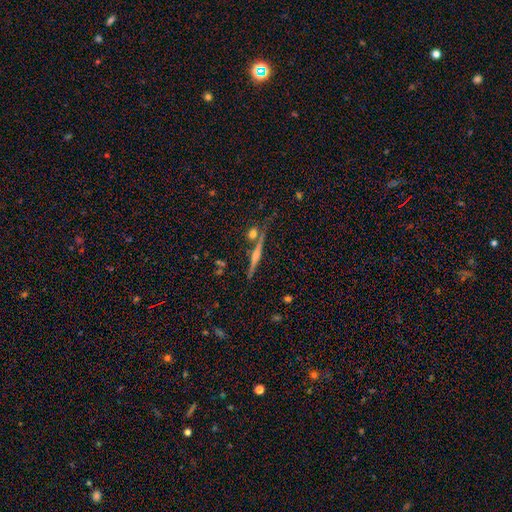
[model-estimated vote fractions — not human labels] A featured or disk galaxy (65%) viewed edge-on (97%) with a rounded central bulge (59%). Merging: none (81%).